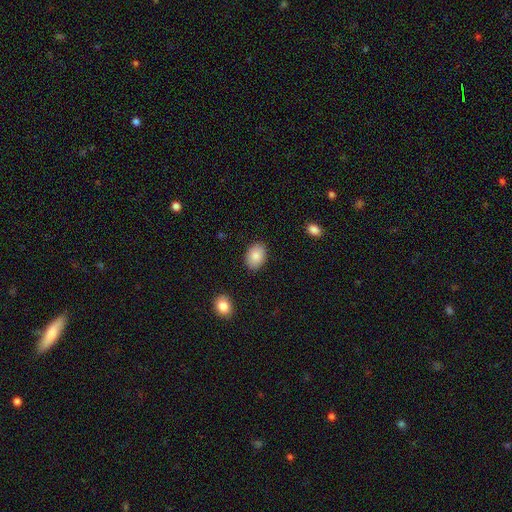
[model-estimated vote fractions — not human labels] smooth 87%, star or artifact 7%, featured or disk 6%. Down the decision tree: how rounded — in between (79%); merging — none (88%).